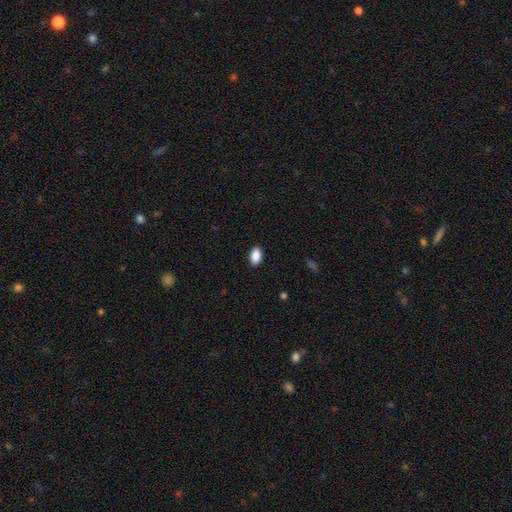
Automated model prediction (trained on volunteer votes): smooth 89%, star or artifact 7%, featured or disk 4%. Down the decision tree: how rounded — in between (92%); merging — none (89%).